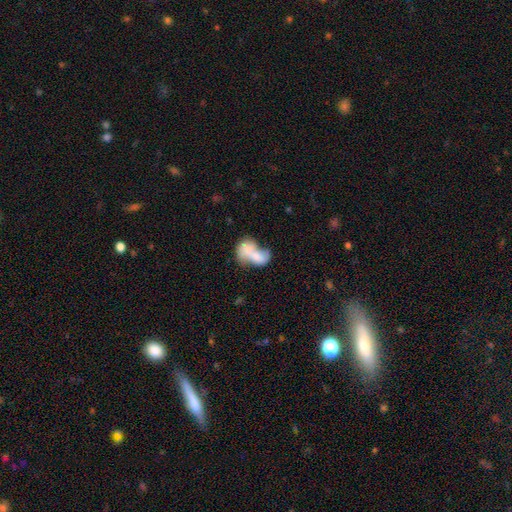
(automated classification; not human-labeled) smooth 62%, featured or disk 30%, star or artifact 8%. Down the decision tree: how rounded — in between (83%); merging — merger (69%).